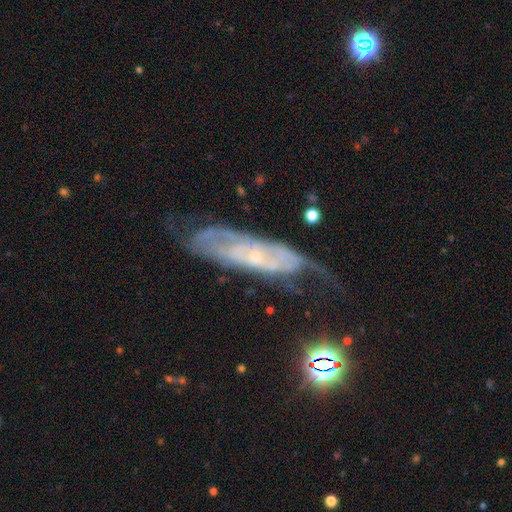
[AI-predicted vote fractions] Smooth or featured? featured or disk (75%)
Edge-on disk? no (75%)
Bar? no (62%)
Spiral arms? yes (79%)
Bulge size? small (75%)
Merging? none (50%)